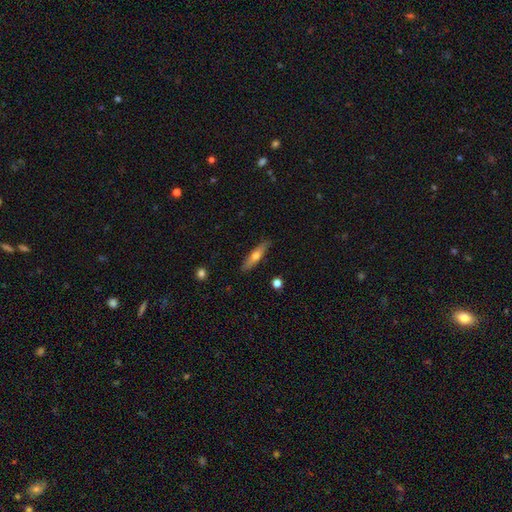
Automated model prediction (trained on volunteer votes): Smooth or featured? Predicted: smooth (p=0.51). How rounded? Predicted: cigar-shaped (p=0.79). Merging? Predicted: none (p=0.88).